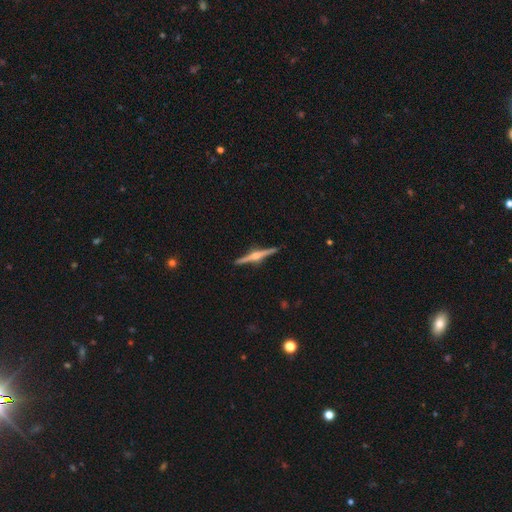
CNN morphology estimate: Q: Smooth or featured?
A: featured or disk (84%); runner-up: smooth (11%)
Q: Edge-on disk?
A: yes (99%); runner-up: no (1%)
Q: Edge-on bulge?
A: rounded (92%); runner-up: boxy (5%)
Q: Merging?
A: none (92%); runner-up: minor disturbance (6%)